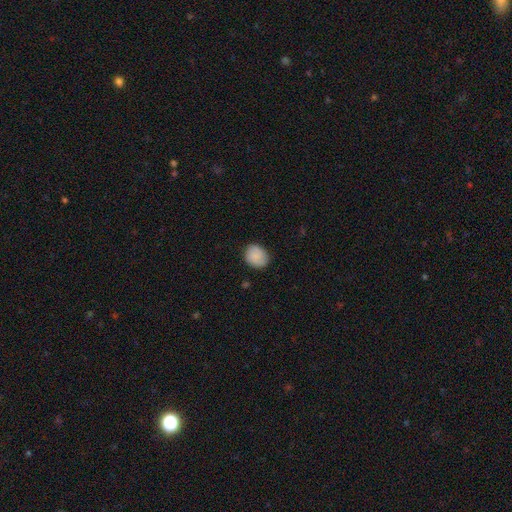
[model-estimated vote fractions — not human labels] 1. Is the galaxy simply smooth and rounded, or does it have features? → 79% smooth, 13% featured or disk, 8% star or artifact.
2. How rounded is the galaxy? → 62% round, 37% in between, 1% cigar-shaped.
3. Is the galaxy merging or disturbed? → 80% none, 15% minor disturbance, 3% major disturbance, 1% merger.